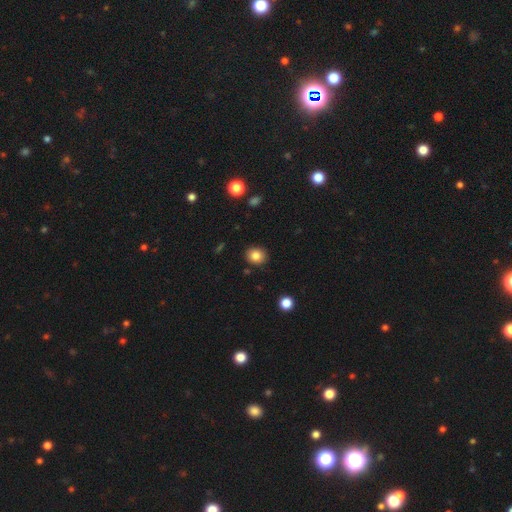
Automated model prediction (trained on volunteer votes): Smooth or featured? Predicted: smooth (p=0.83). How rounded? Predicted: round (p=0.71). Merging? Predicted: none (p=0.89).